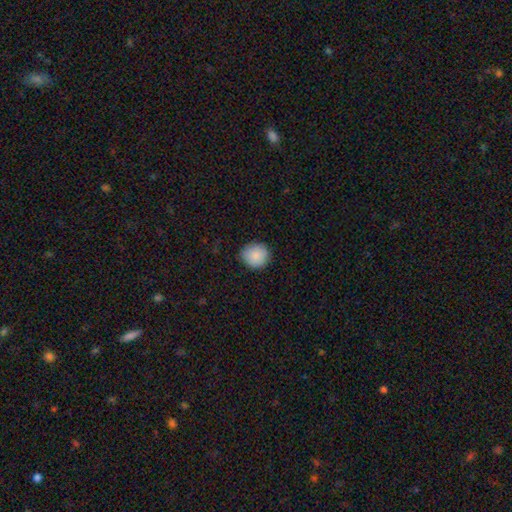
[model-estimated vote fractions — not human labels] Overall: smooth (88%). How rounded: round (87%). Merging: none (84%).